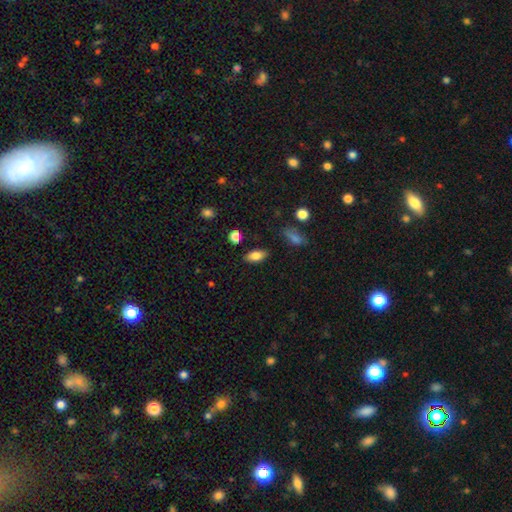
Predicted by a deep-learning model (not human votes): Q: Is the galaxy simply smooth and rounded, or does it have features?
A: smooth — 82%.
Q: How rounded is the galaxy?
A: in between — 90%.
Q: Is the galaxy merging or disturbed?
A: none — 84%.